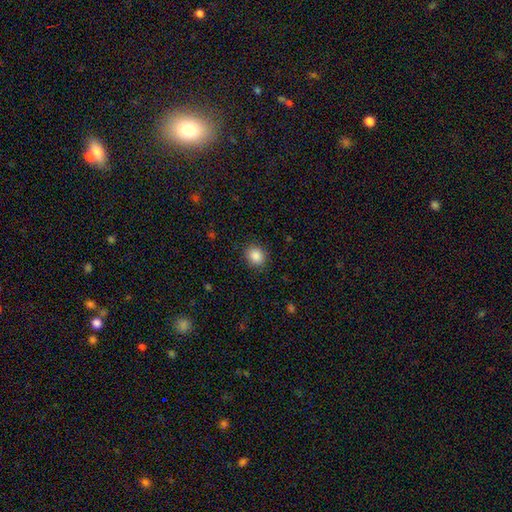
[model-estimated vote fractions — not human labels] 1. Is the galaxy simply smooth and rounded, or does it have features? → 87% smooth, 9% star or artifact, 3% featured or disk.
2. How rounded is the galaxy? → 73% round, 26% in between, 1% cigar-shaped.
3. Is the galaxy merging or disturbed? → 89% none, 7% minor disturbance, 3% major disturbance, 1% merger.